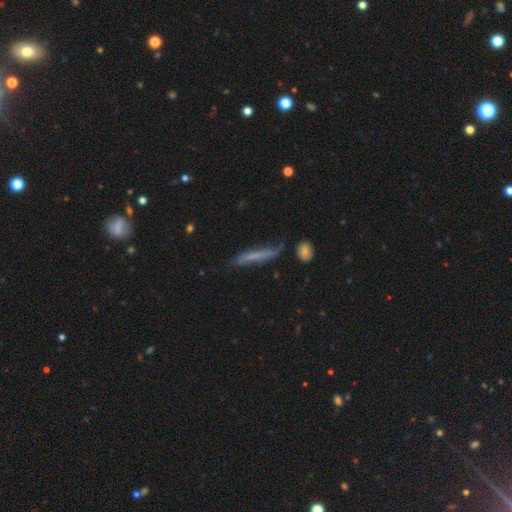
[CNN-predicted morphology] The model was most divided on "smooth or featured": smooth: 51%, featured or disk: 40%, star or artifact: 9%. More confident: how rounded — cigar-shaped (91%); merging — none (60%).